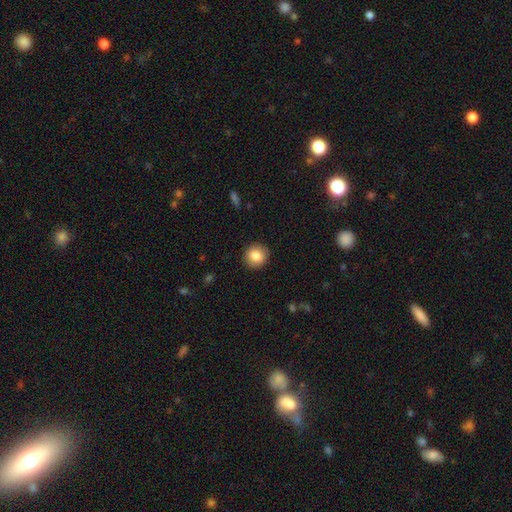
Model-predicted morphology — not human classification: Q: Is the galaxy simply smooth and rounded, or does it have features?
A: smooth — 85%.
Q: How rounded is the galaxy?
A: round — 87%.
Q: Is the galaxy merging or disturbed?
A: none — 91%.